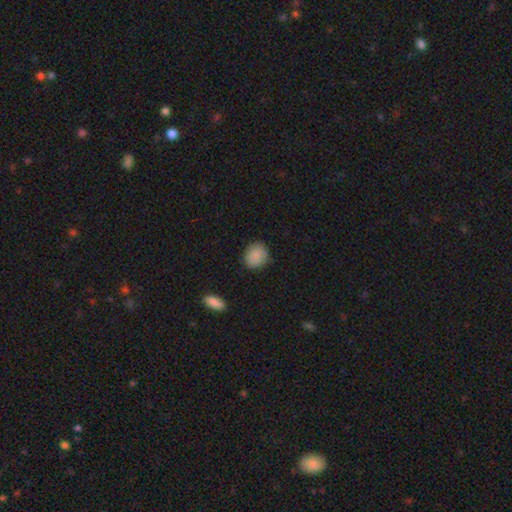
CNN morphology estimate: This is clearly a smooth galaxy (88%). How rounded: likely round (73%). Merging: clearly none (82%).